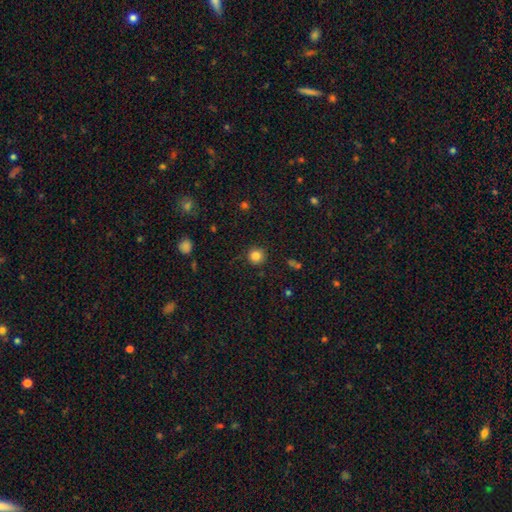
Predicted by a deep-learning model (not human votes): smooth-or-featured: smooth: 84% | star or artifact: 12% | featured or disk: 4%
  how-rounded: round: 93% | in between: 6% | cigar-shaped: 1%
  merging: none: 87% | minor disturbance: 9% | major disturbance: 3% | merger: 1%